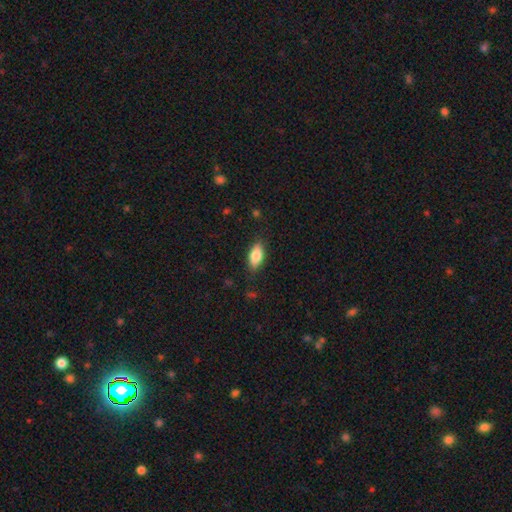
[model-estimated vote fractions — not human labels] smooth_or_featured: smooth (p=0.82) [alt: featured or disk p=0.12]
how_rounded: in between (p=0.87) [alt: cigar-shaped p=0.10]
merging: none (p=0.84) [alt: minor disturbance p=0.12]